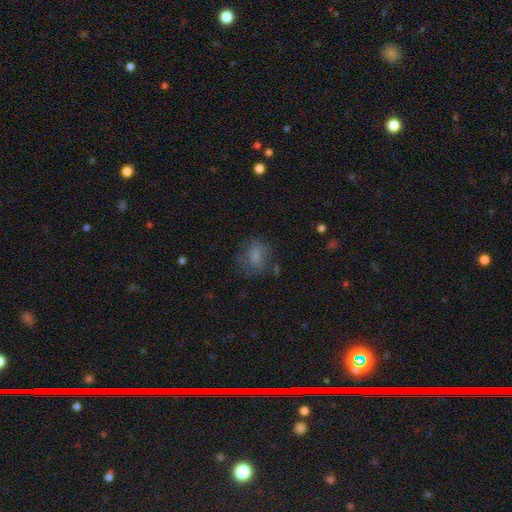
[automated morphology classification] smooth-or-featured: smooth: 68% | featured or disk: 20% | star or artifact: 13%
  how-rounded: in between: 53% | round: 44% | cigar-shaped: 3%
  merging: none: 62% | minor disturbance: 20% | major disturbance: 15% | merger: 3%